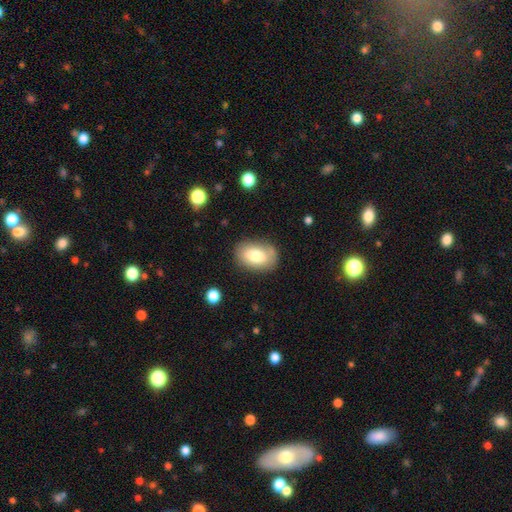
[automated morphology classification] Smooth or featured: smooth — 77% (featured or disk — 15%)
How rounded: in between — 87% (round — 12%)
Merging: none — 80% (minor disturbance — 15%)